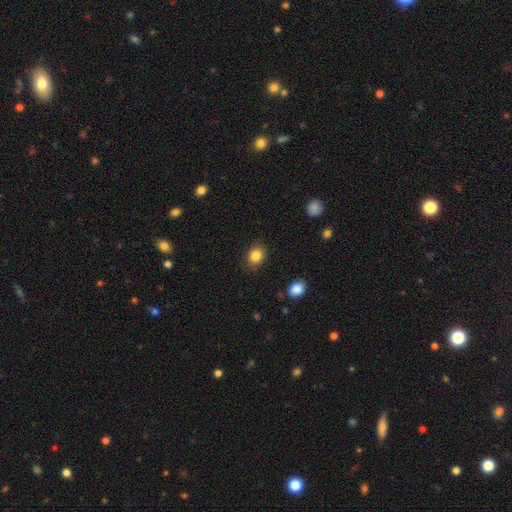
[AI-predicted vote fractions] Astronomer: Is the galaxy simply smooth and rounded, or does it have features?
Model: smooth — 86%.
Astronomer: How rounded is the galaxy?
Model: in between — 54% (runner-up: round, 45%).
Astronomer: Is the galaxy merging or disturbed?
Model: none — 86%.